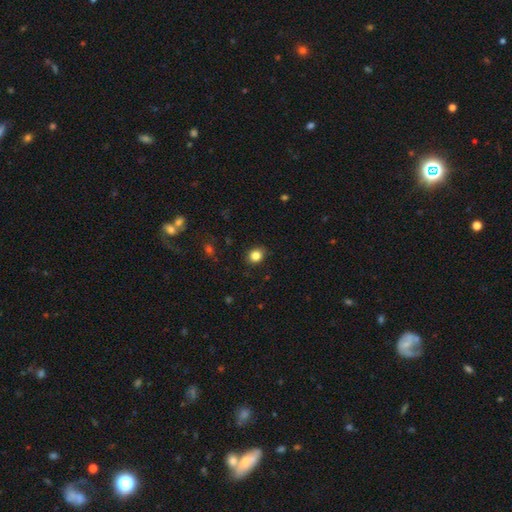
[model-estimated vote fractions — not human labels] The model was most divided on "how rounded": round: 69%, in between: 30%, cigar-shaped: 1%. More confident: merging — none (88%); smooth or featured — smooth (84%).